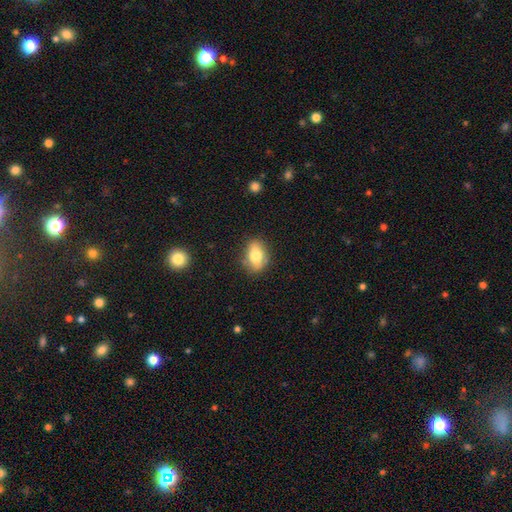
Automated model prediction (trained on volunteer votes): This is likely a smooth galaxy (75%). How rounded: likely in between (78%). Merging: likely none (79%).